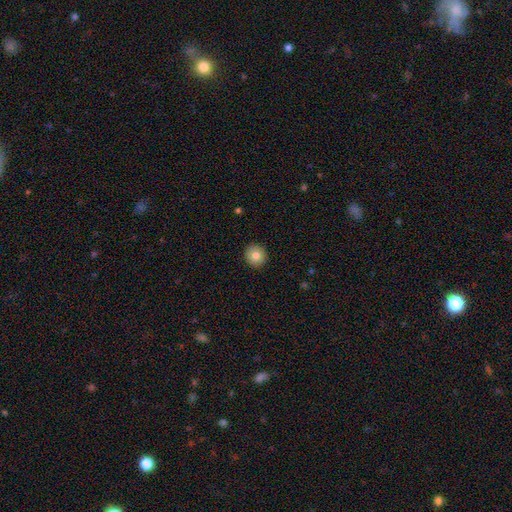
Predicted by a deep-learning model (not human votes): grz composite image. It shows a smooth galaxy with no disk features (81%) that is round (92%). Merging: none (93%).